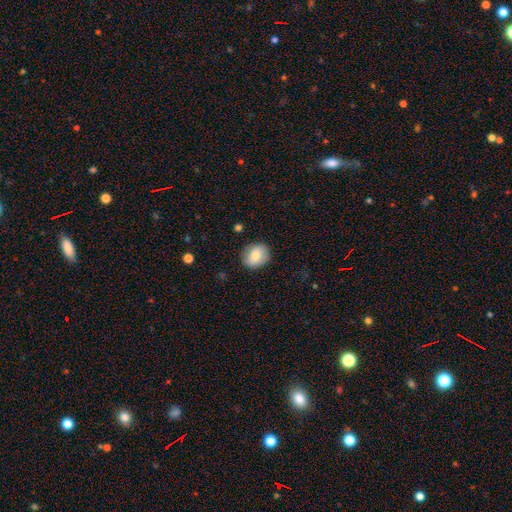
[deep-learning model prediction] Smooth or featured: smooth — 77% (featured or disk — 15%)
How rounded: round — 68% (in between — 31%)
Merging: none — 85% (minor disturbance — 11%)